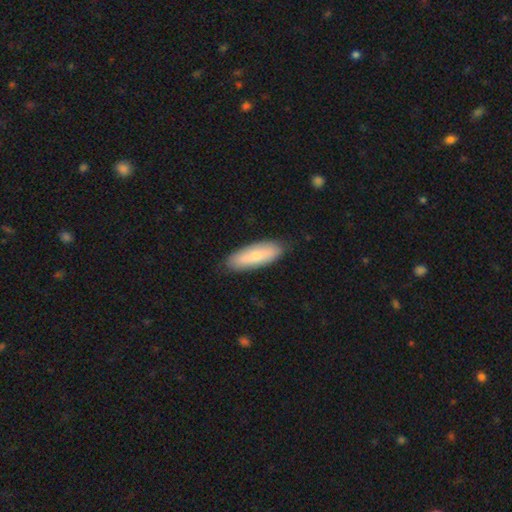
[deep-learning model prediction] Smooth or featured? smooth (67%)
How rounded? in between (62%)
Merging? none (85%)